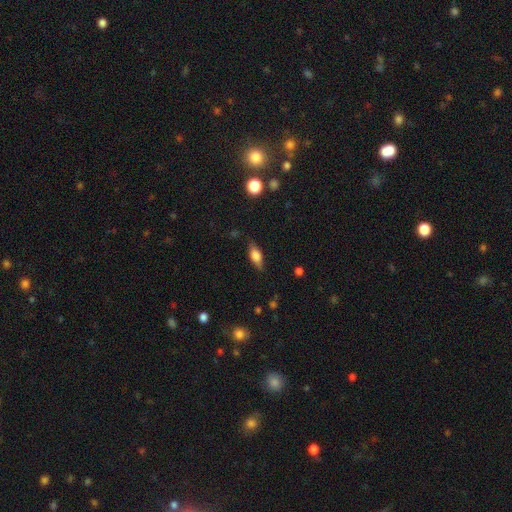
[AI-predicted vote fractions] Smooth or featured: smooth — 63% (featured or disk — 29%)
How rounded: in between — 75% (cigar-shaped — 20%)
Merging: none — 79% (minor disturbance — 16%)